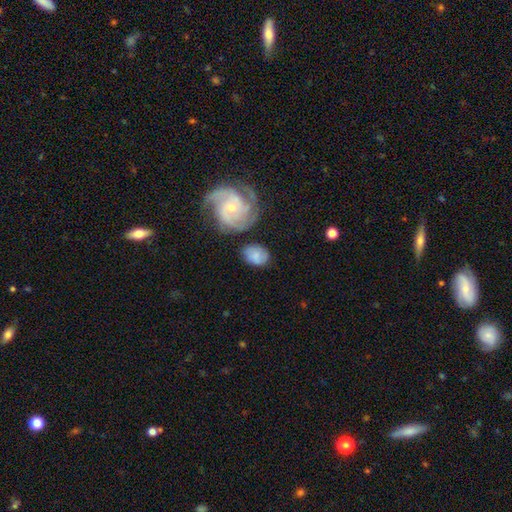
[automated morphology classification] Q: Smooth or featured?
A: smooth (67%); runner-up: featured or disk (26%)
Q: How rounded?
A: in between (69%); runner-up: round (30%)
Q: Merging?
A: none (62%); runner-up: minor disturbance (21%)